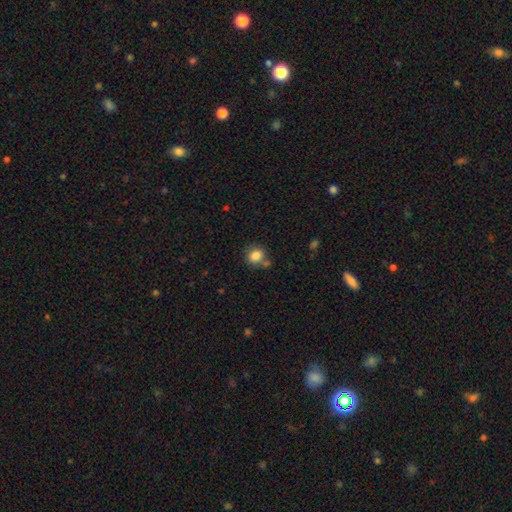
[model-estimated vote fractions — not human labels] Smooth or featured? smooth (84%)
How rounded? round (71%)
Merging? none (63%)